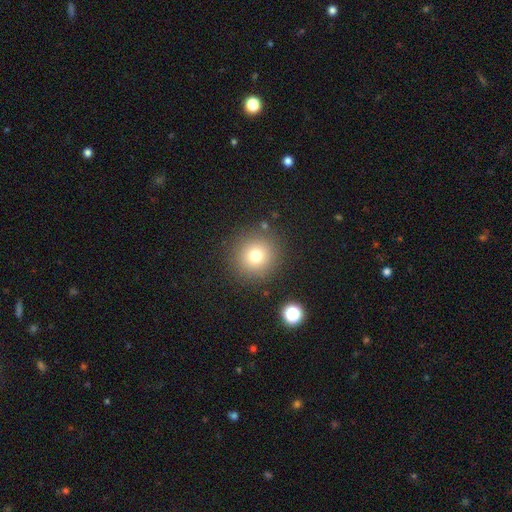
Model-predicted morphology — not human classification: The model was most divided on "smooth or featured": smooth: 75%, star or artifact: 15%, featured or disk: 10%. More confident: how rounded — round (93%); merging — none (87%).